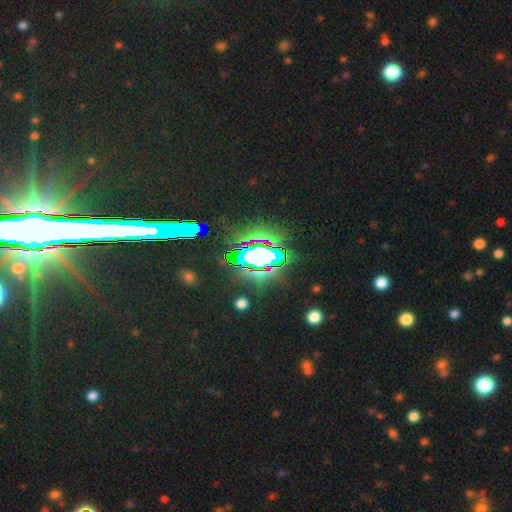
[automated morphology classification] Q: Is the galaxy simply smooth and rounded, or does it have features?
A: star or artifact — 66%.